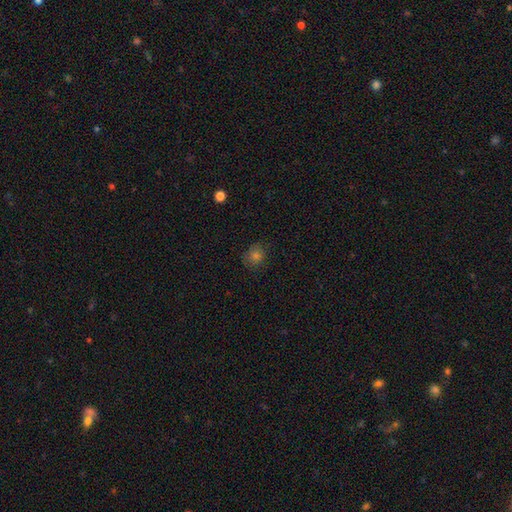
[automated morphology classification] The model was most divided on "smooth or featured": smooth: 65%, star or artifact: 21%, featured or disk: 14%. More confident: merging — none (79%); how rounded — round (78%).